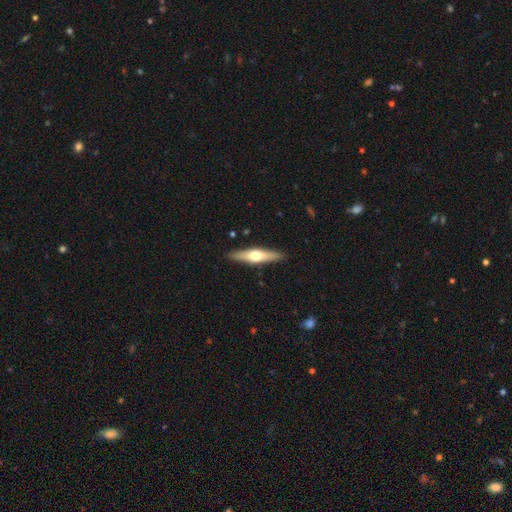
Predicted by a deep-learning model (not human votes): smooth_or_featured: featured or disk (p=0.52) [alt: smooth p=0.43]
disk_edge_on: yes (p=0.92) [alt: no p=0.08]
merging: none (p=0.90) [alt: minor disturbance p=0.07]